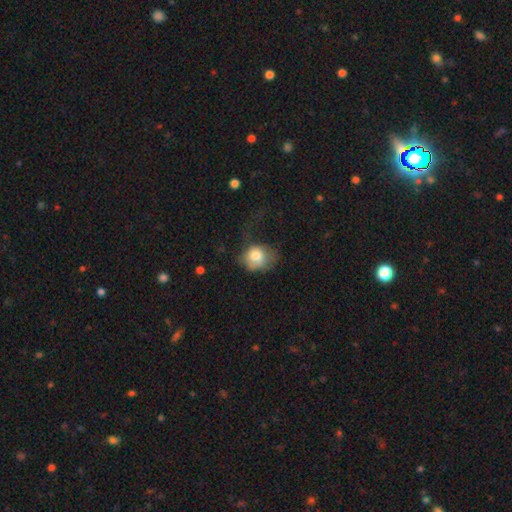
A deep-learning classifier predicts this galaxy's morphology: A smooth galaxy with no disk features (75%) that is round (61%).

Vote fractions:
- Smooth or featured? smooth: 75% / featured or disk: 17% / star or artifact: 8%
- How rounded? round: 61% / in between: 38% / cigar-shaped: 1%
- Merging? major disturbance: 41% / none: 29% / minor disturbance: 27% / merger: 3%